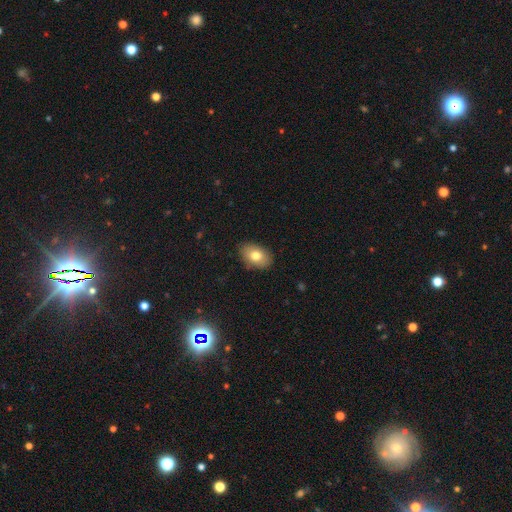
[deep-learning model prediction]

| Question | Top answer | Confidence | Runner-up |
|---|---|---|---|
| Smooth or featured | smooth | 78% | featured or disk (14%) |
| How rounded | in between | 85% | round (14%) |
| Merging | none | 86% | minor disturbance (11%) |